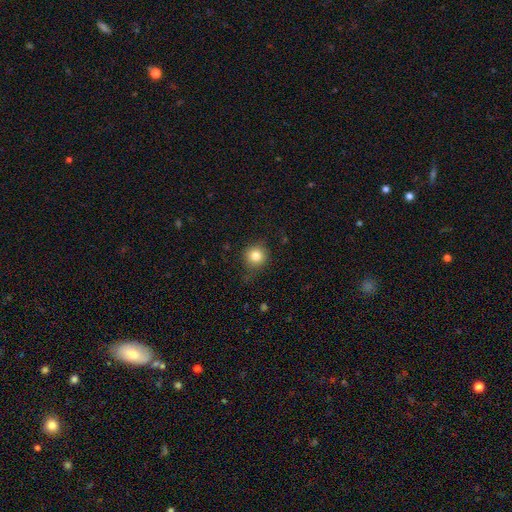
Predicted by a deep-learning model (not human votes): This appears to be a smooth galaxy with no disk features (82%) that is round (93%). Merging: none (82%).